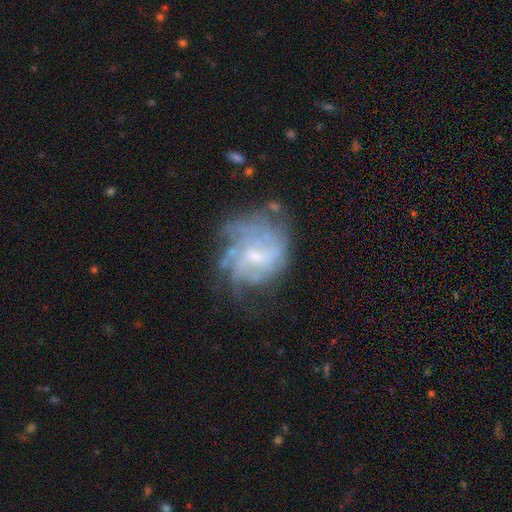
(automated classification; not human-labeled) Q: Smooth or featured?
A: featured or disk (71%); runner-up: smooth (19%)
Q: Edge-on disk?
A: no (98%); runner-up: yes (2%)
Q: Bar?
A: no (50%); runner-up: weak (43%)
Q: Spiral arms?
A: yes (74%); runner-up: no (26%)
Q: Spiral winding?
A: tight (42%); runner-up: medium (36%)
Q: Spiral arm count?
A: can't tell (53%); runner-up: 4 (15%)
Q: Bulge size?
A: small (54%); runner-up: moderate (31%)
Q: Merging?
A: none (51%); runner-up: minor disturbance (23%)